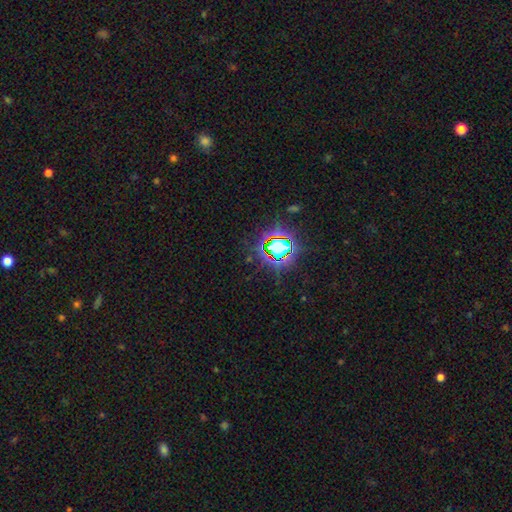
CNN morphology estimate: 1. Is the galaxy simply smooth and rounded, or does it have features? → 78% star or artifact, 13% smooth, 8% featured or disk.